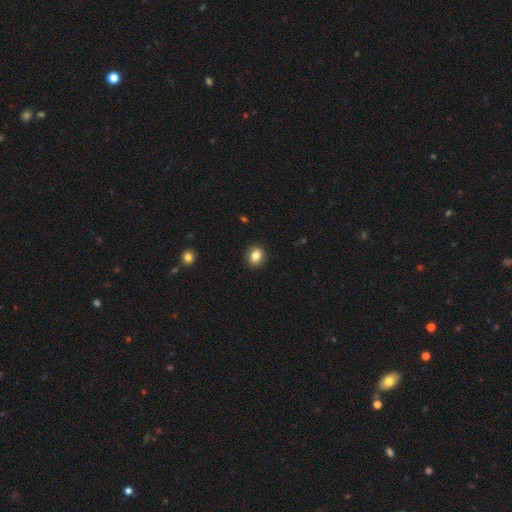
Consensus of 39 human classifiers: A smooth galaxy with no disk features (90%) that is round (74%). Merging: none (94%).